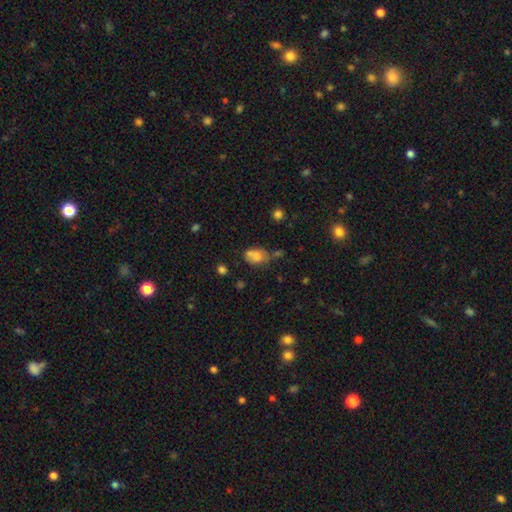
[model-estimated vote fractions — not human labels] This appears to be a smooth galaxy with no disk features (71%) that is in between round and cigar-shaped (64%). Merging: none (37%).